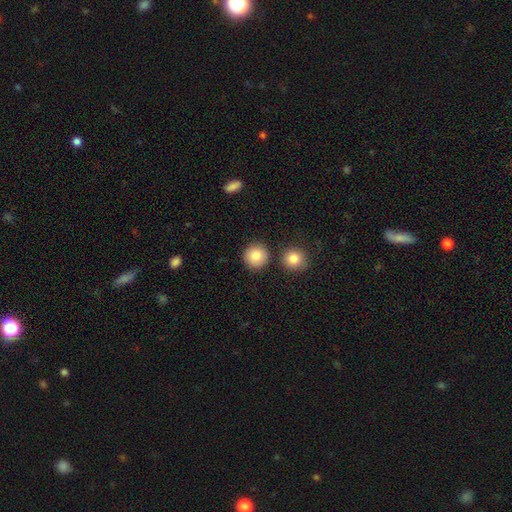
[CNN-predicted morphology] Smooth or featured? Predicted: smooth (p=0.85). How rounded? Predicted: round (p=0.94). Merging? Predicted: none (p=0.86).